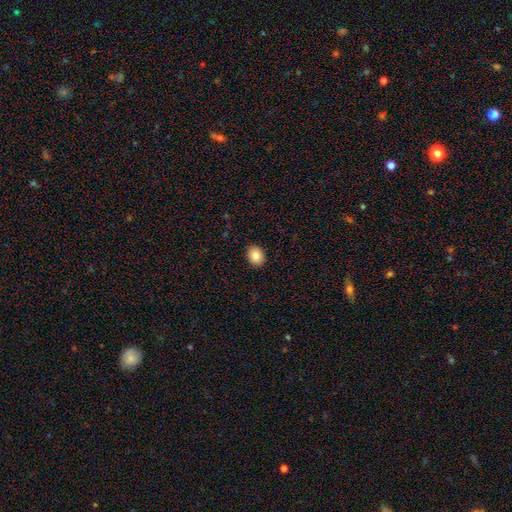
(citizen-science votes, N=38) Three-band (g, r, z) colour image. It shows a smooth galaxy with no disk features (89%) that is round (59%). Merging: none (86%).